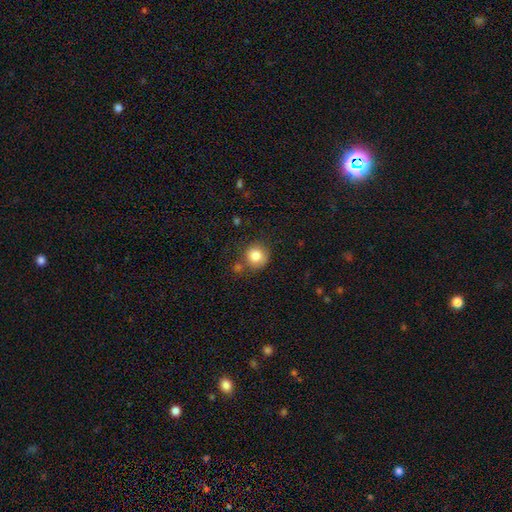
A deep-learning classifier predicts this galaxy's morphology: type=smooth (84%); roundness=round (91%); merging=none (75%).